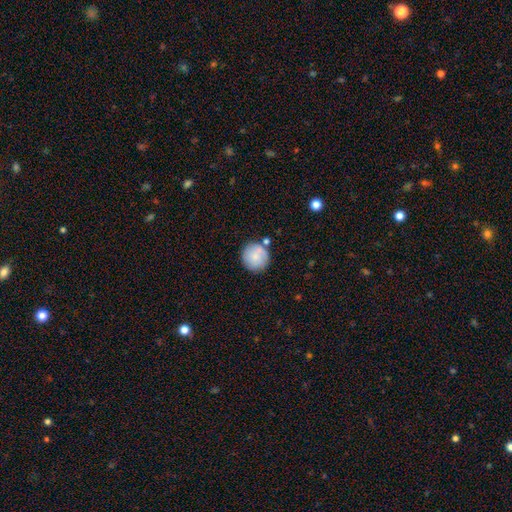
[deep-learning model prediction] Smooth or featured? Predicted: smooth (p=0.79). How rounded? Predicted: round (p=0.94). Merging? Predicted: none (p=0.76).